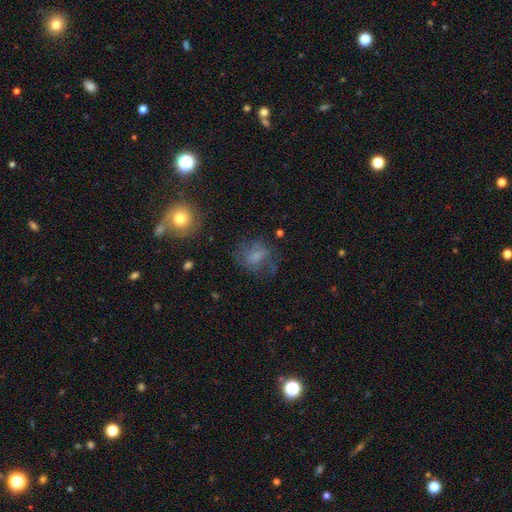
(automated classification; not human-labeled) Morphology: type=smooth (57%); roundness=in between (53%); merging=none (52%).